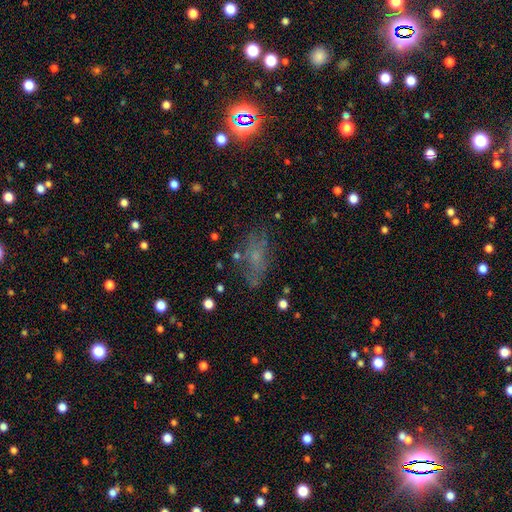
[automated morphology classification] Q: Smooth or featured?
A: smooth (50%); runner-up: featured or disk (29%)
Q: Merging?
A: none (60%); runner-up: minor disturbance (22%)